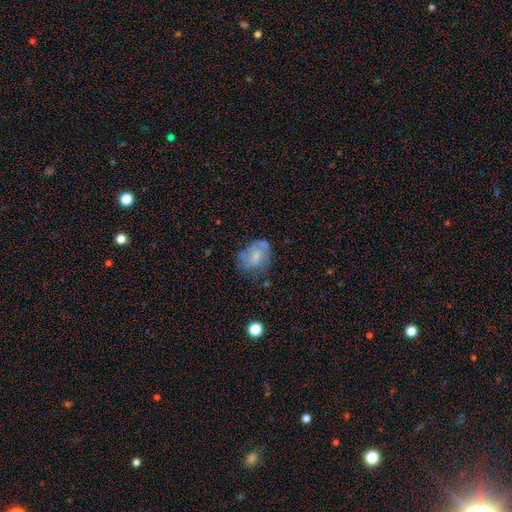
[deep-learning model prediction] Smooth or featured? Predicted: smooth (p=0.47). Merging? Predicted: none (p=0.50).